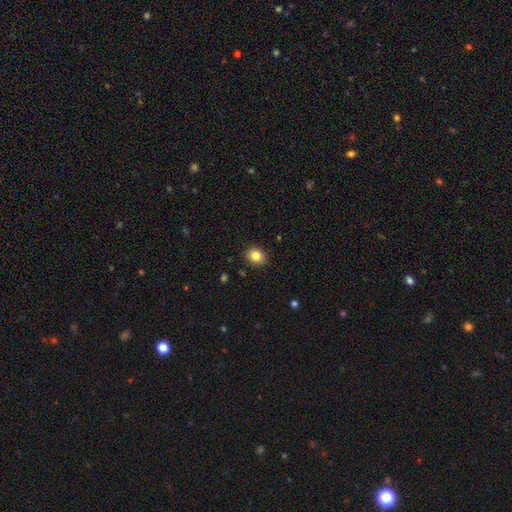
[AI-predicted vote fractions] Overall: smooth (84%). How rounded: round (65%; in between 34%). Merging: none (90%).